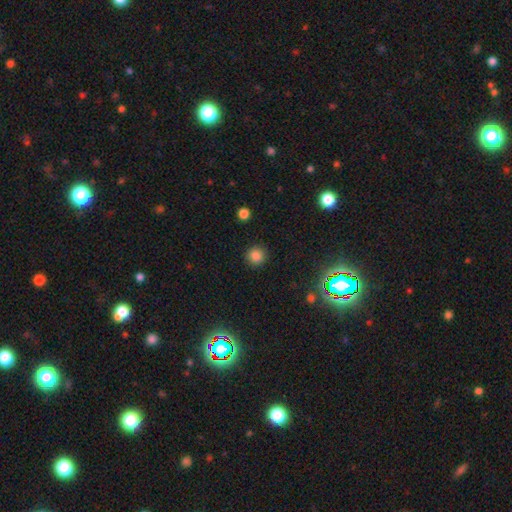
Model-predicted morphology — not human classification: Smooth or featured? Predicted: smooth (p=0.83). How rounded? Predicted: round (p=0.94). Merging? Predicted: none (p=0.91).